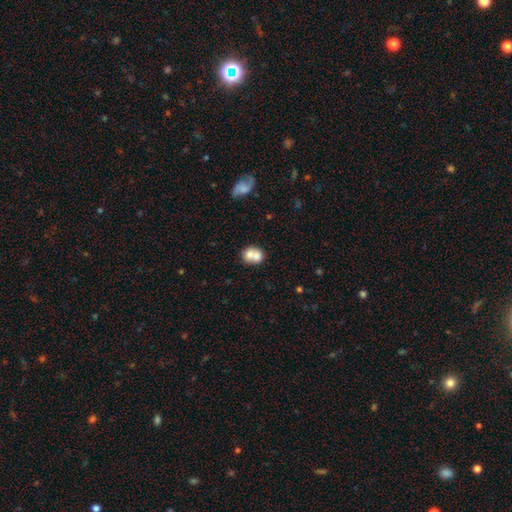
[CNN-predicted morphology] This appears to be a smooth galaxy with no disk features (70%) that is round (60%). Merging: merger (62%).